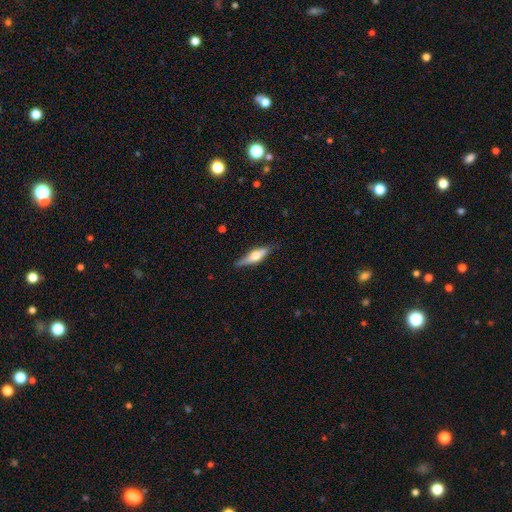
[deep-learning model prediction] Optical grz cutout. It shows a featured or disk galaxy (51%) viewed edge-on (93%). Merging: none (80%).